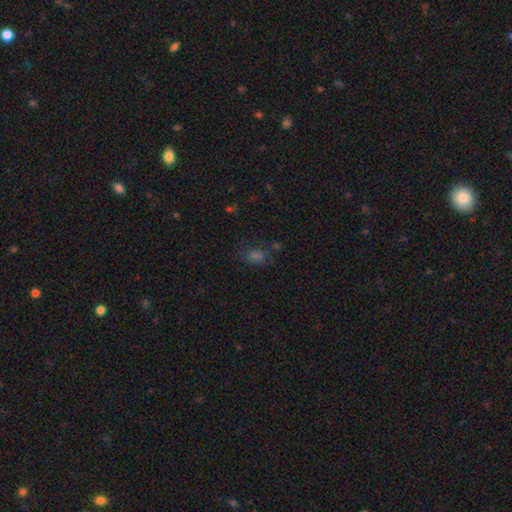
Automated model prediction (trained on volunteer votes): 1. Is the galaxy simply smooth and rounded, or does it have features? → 56% smooth, 31% star or artifact, 13% featured or disk.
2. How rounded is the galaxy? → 75% in between, 22% round, 3% cigar-shaped.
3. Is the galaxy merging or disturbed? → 66% none, 19% minor disturbance, 11% major disturbance, 5% merger.